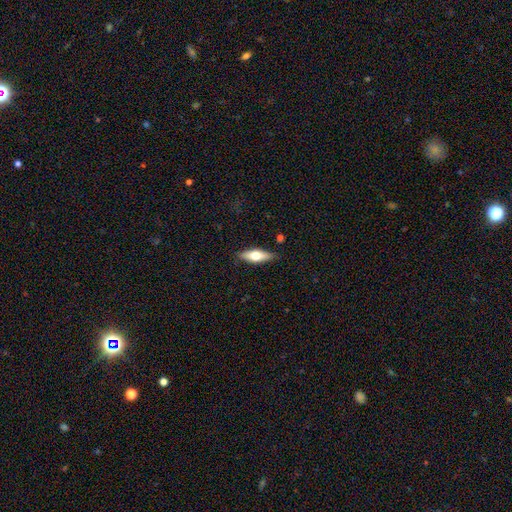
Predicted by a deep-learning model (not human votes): This is possibly a smooth galaxy (53%). How rounded: possibly in between (58%). Merging: clearly none (86%).